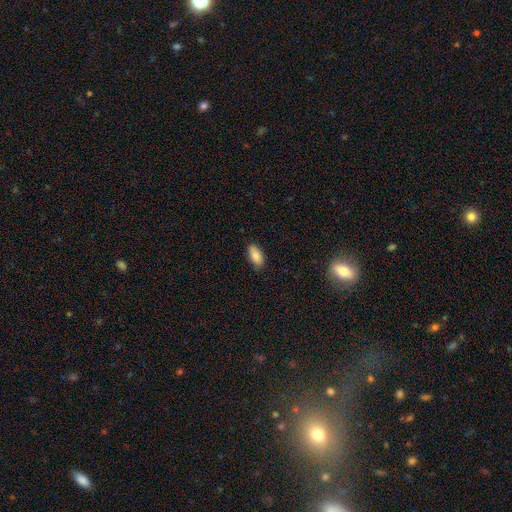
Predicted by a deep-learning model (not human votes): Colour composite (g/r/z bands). It shows a smooth galaxy with no disk features (86%) that is in between round and cigar-shaped (91%). Merging: none (84%).